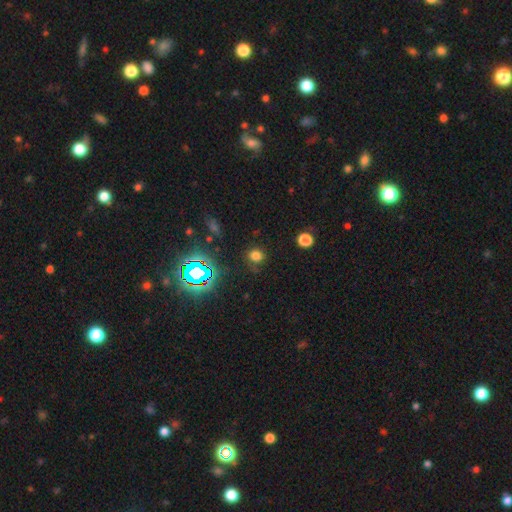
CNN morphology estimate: Smooth or featured? smooth (69%)
How rounded? round (82%)
Merging? none (80%)